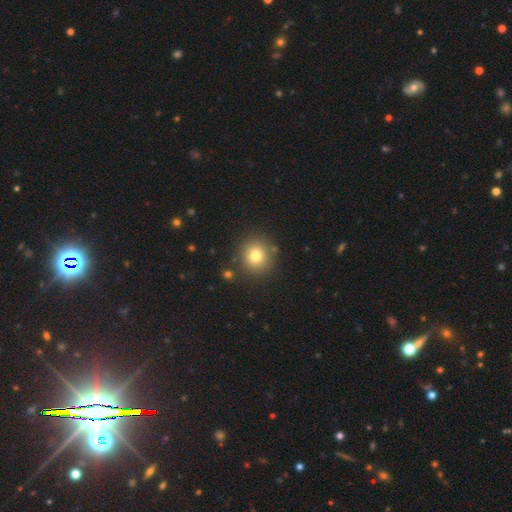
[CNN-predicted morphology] type=smooth (77%); roundness=round (89%); merging=none (86%).